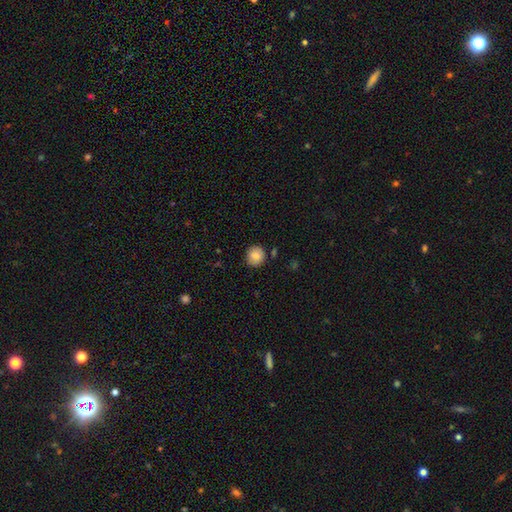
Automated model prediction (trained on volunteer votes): This is clearly a smooth galaxy (83%). How rounded: clearly round (90%). Merging: clearly none (85%).